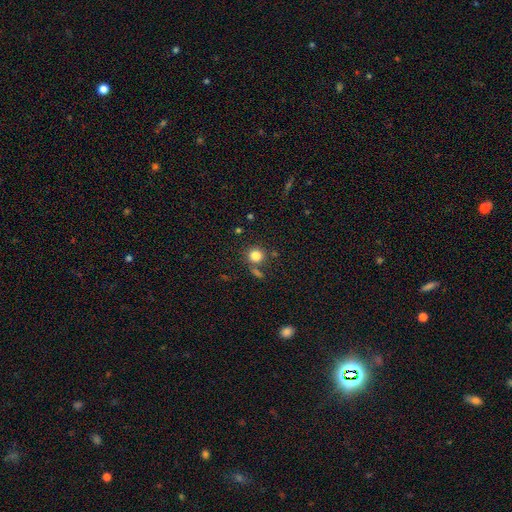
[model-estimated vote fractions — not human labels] Q: Smooth or featured?
A: smooth (82%); runner-up: star or artifact (12%)
Q: How rounded?
A: round (90%); runner-up: in between (9%)
Q: Merging?
A: none (74%); runner-up: merger (12%)